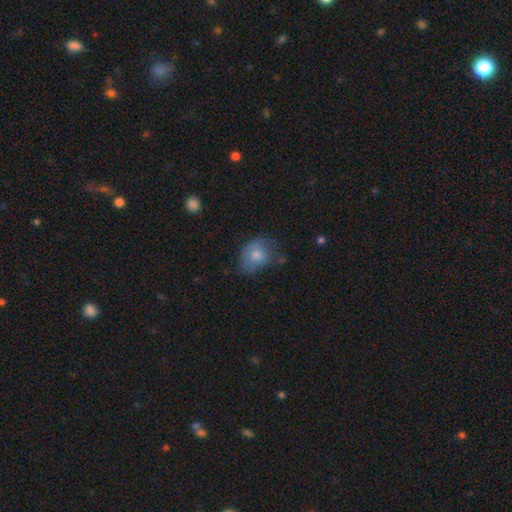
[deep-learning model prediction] Smooth or featured? smooth (71%)
How rounded? in between (57%)
Merging? none (48%)